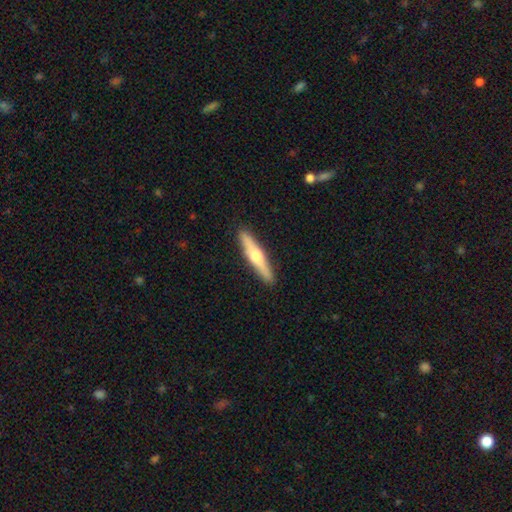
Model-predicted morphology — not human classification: Overall: featured or disk (57%; smooth 38%). Edge-on disk: yes (96%). Edge-on bulge: rounded (92%). Merging: none (91%).